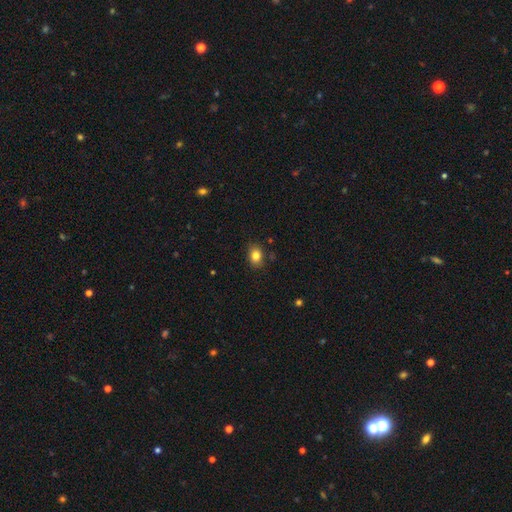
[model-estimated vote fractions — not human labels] smooth-or-featured: smooth: 82% | star or artifact: 10% | featured or disk: 8%
  how-rounded: in between: 67% | round: 32% | cigar-shaped: 1%
  merging: none: 85% | minor disturbance: 11% | major disturbance: 2% | merger: 2%